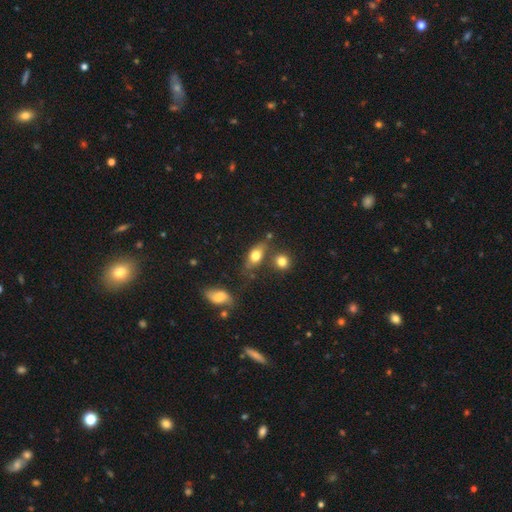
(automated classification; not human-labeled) A smooth galaxy with no disk features (75%) that is in between round and cigar-shaped (81%).

Vote fractions:
- Smooth or featured? smooth: 75% / featured or disk: 15% / star or artifact: 9%
- How rounded? in between: 81% / round: 13% / cigar-shaped: 6%
- Merging? none: 59% / minor disturbance: 19% / merger: 14% / major disturbance: 7%